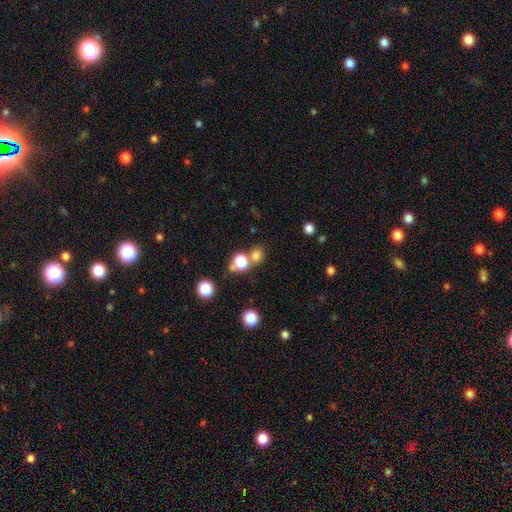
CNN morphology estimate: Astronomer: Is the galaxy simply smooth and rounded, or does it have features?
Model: smooth — 74%.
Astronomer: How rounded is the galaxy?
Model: round — 79%.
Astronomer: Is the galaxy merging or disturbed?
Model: none — 59%.